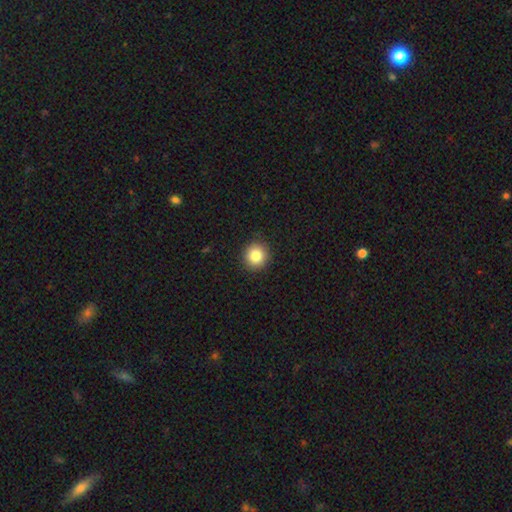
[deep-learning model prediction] Morphology: type=smooth (86%); roundness=round (91%); merging=none (91%).